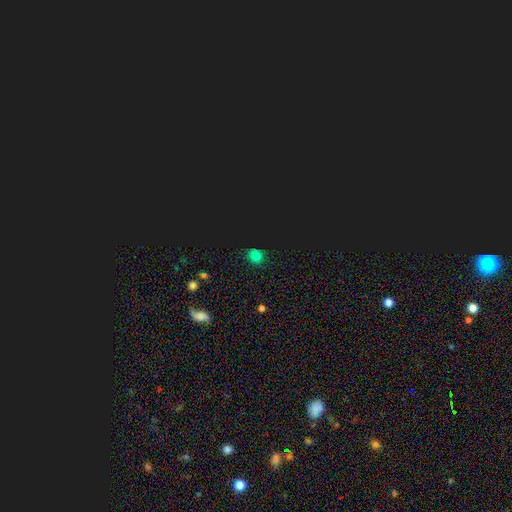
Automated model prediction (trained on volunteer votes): Smooth or featured? smooth (64%)
How rounded? round (85%)
Merging? none (84%)